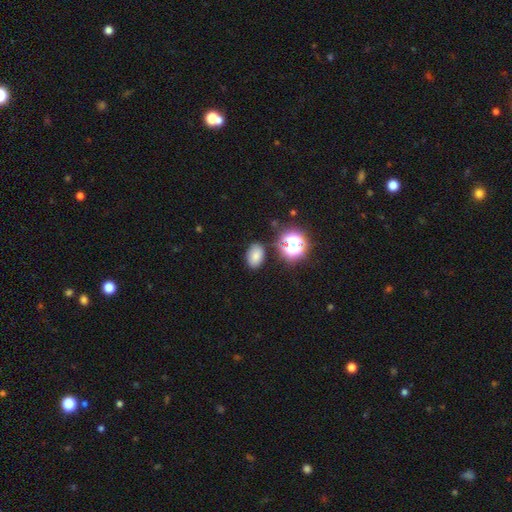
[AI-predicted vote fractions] Smooth or featured? Predicted: smooth (p=0.76). How rounded? Predicted: in between (p=0.80). Merging? Predicted: none (p=0.82).